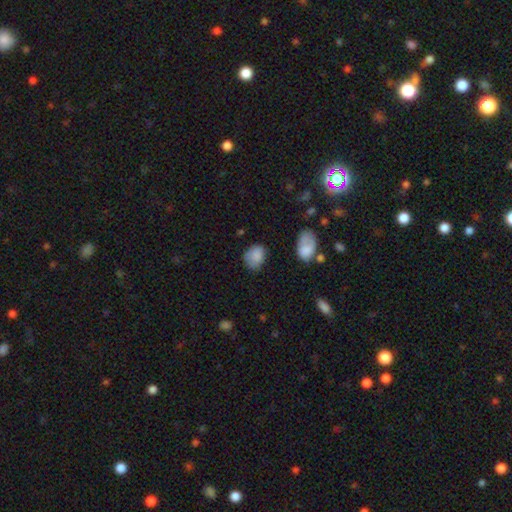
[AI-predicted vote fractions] smooth_or_featured: smooth (p=0.84) [alt: star or artifact p=0.09]
how_rounded: in between (p=0.64) [alt: round p=0.35]
merging: none (p=0.59) [alt: minor disturbance p=0.29]